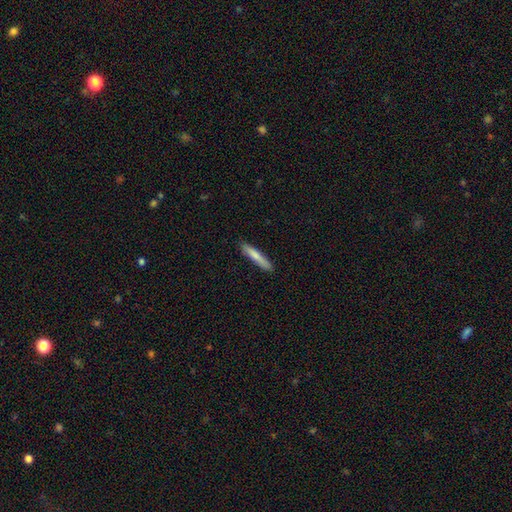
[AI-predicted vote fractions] This is likely a smooth galaxy (75%). How rounded: clearly cigar-shaped (91%). Merging: clearly none (88%).